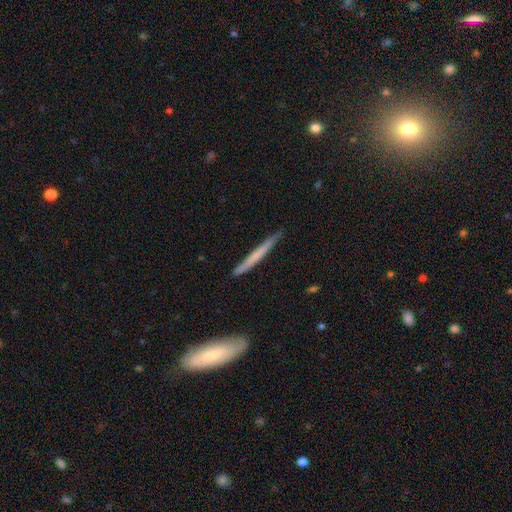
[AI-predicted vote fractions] A smooth galaxy with no disk features (55%) that is cigar-shaped (96%). Merging: none (84%).